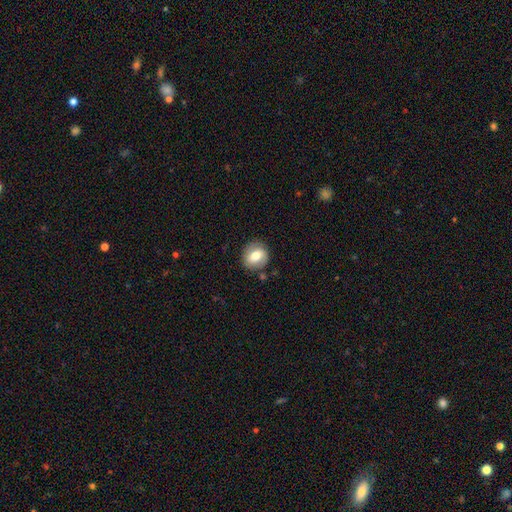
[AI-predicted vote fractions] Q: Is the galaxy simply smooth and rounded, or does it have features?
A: smooth — 63%.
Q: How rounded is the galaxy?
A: round — 72%.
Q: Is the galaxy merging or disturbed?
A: none — 80%.